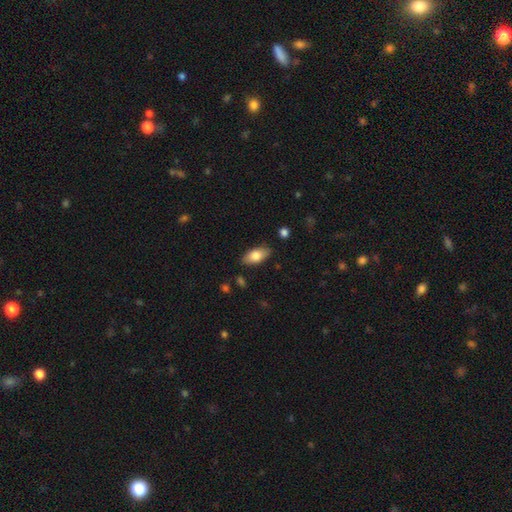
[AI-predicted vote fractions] smooth 77%, featured or disk 17%, star or artifact 7%. Down the decision tree: how rounded — in between (88%); merging — none (85%).